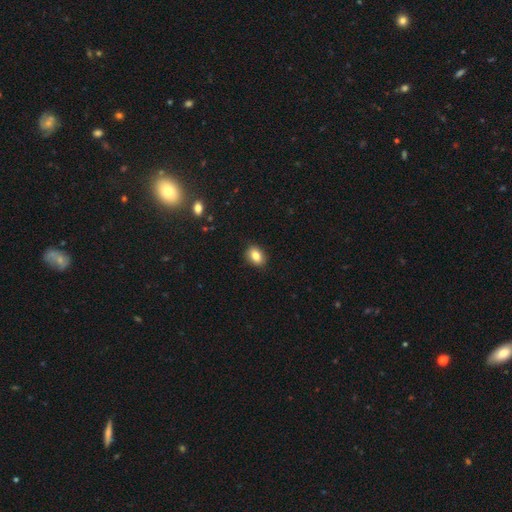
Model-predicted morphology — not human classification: smooth_or_featured: smooth (p=0.84) [alt: star or artifact p=0.09]
how_rounded: in between (p=0.73) [alt: round p=0.25]
merging: none (p=0.88) [alt: minor disturbance p=0.09]